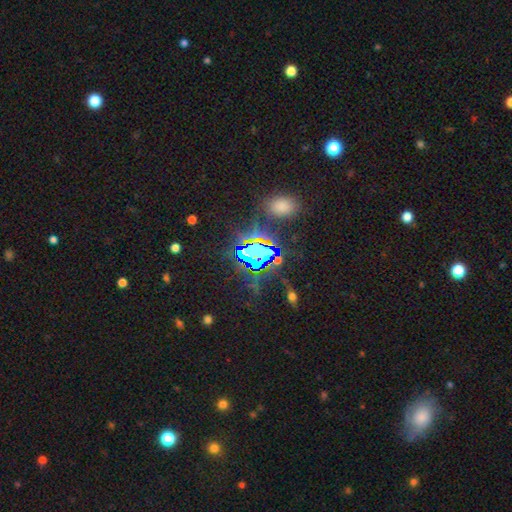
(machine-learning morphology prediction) Smooth or featured? star or artifact (73%)